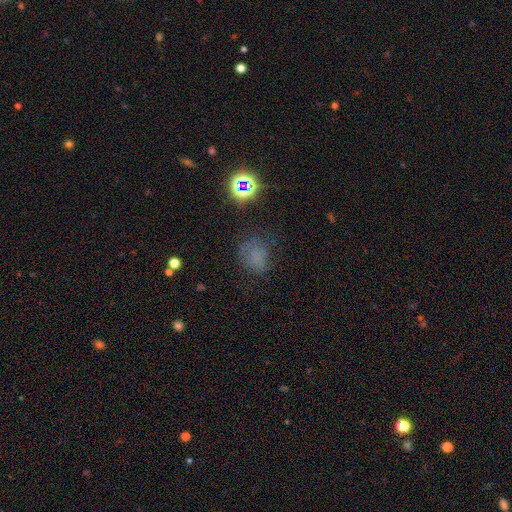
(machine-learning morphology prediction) Overall: smooth (52%; star or artifact 32%). How rounded: round (59%; in between 40%). Merging: none (58%; minor disturbance 23%).